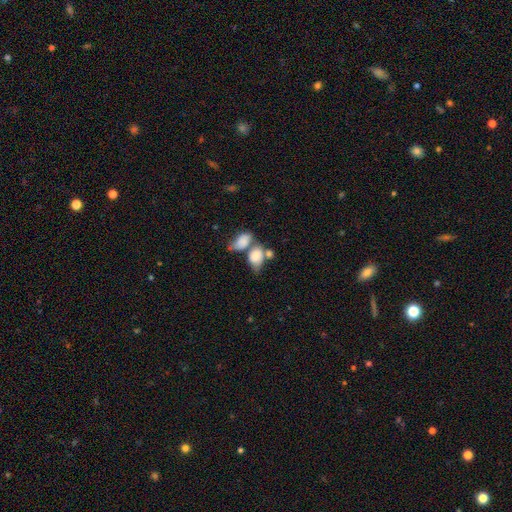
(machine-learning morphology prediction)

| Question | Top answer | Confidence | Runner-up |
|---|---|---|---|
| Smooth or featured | smooth | 78% | featured or disk (14%) |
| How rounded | in between | 82% | round (16%) |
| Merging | merger | 57% | none (20%) |